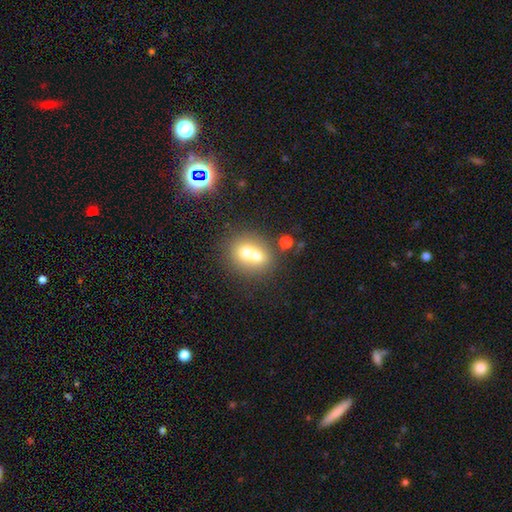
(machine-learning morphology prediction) The model was most divided on "merging": merger: 64%, none: 27%, minor disturbance: 6%, major disturbance: 3%. More confident: how rounded — round (73%); smooth or featured — smooth (64%).